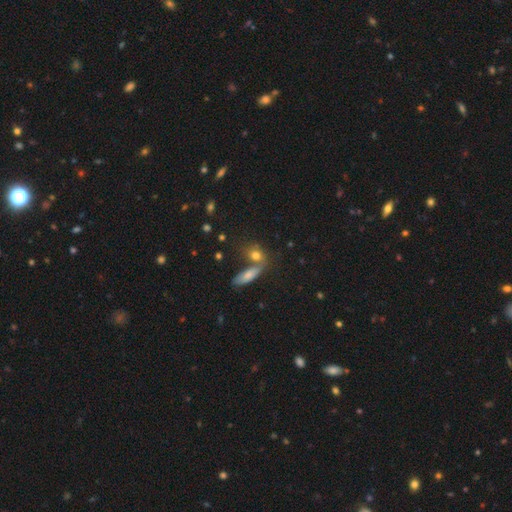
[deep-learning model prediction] Smooth or featured? Predicted: smooth (p=0.38). Merging? Predicted: merger (p=0.42).